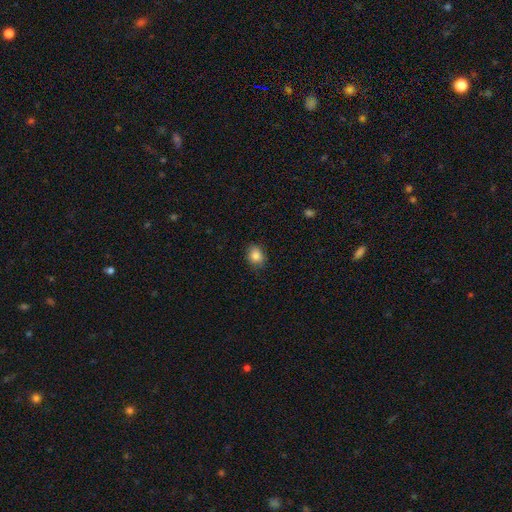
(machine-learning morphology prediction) This is clearly a smooth galaxy (85%). How rounded: possibly in between (50%). Merging: clearly none (83%).